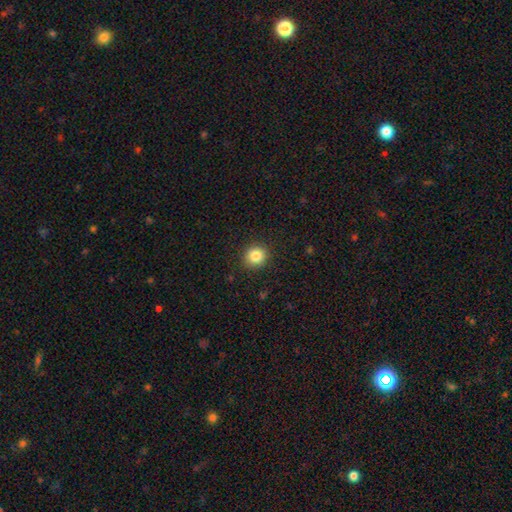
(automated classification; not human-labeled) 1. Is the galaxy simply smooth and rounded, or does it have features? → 85% smooth, 10% star or artifact, 5% featured or disk.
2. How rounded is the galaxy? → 90% round, 10% in between, 1% cigar-shaped.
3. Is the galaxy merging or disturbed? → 91% none, 6% minor disturbance, 2% major disturbance, 1% merger.